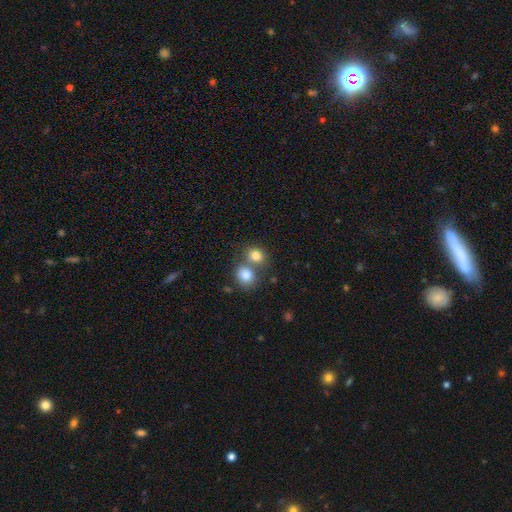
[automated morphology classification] Smooth or featured? Predicted: smooth (p=0.80). How rounded? Predicted: round (p=0.63). Merging? Predicted: merger (p=0.46).